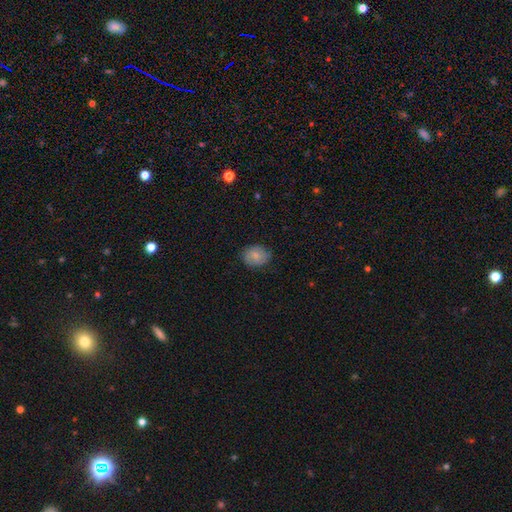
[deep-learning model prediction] Overall: smooth (76%). How rounded: round (50%; in between 49%). Merging: none (79%).